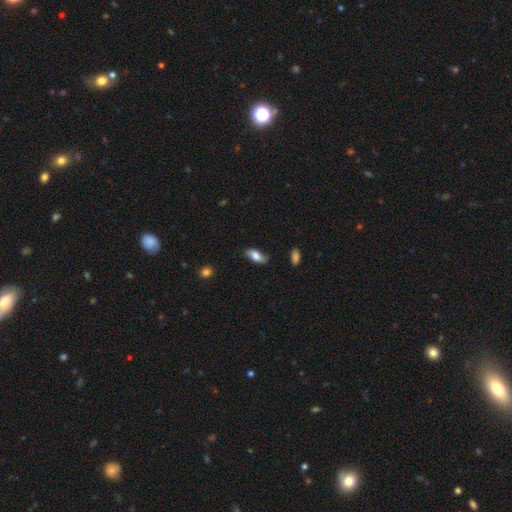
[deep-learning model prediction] smooth_or_featured: smooth (p=0.72) [alt: featured or disk p=0.21]
how_rounded: in between (p=0.86) [alt: cigar-shaped p=0.11]
merging: none (p=0.67) [alt: minor disturbance p=0.25]